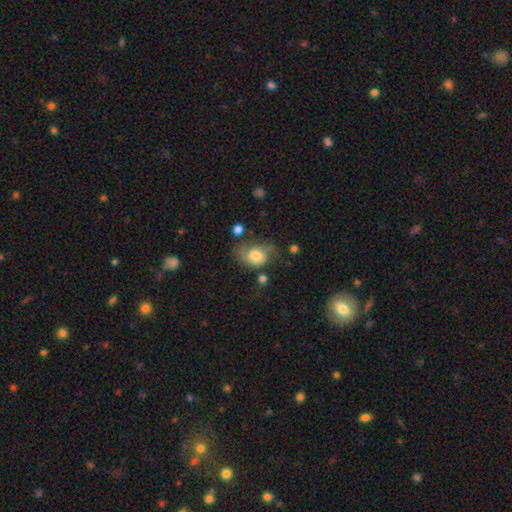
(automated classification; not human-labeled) Morphology: type=smooth (57%); roundness=in between (60%); merging=none (42%).